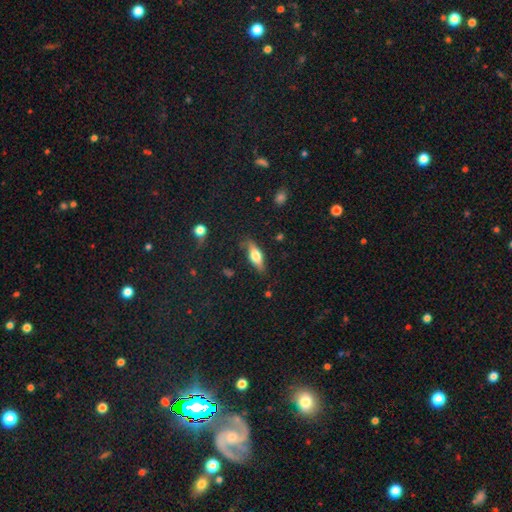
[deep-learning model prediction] Smooth or featured: smooth — 52% (featured or disk — 42%)
How rounded: in between — 53% (cigar-shaped — 44%)
Merging: none — 80% (minor disturbance — 15%)